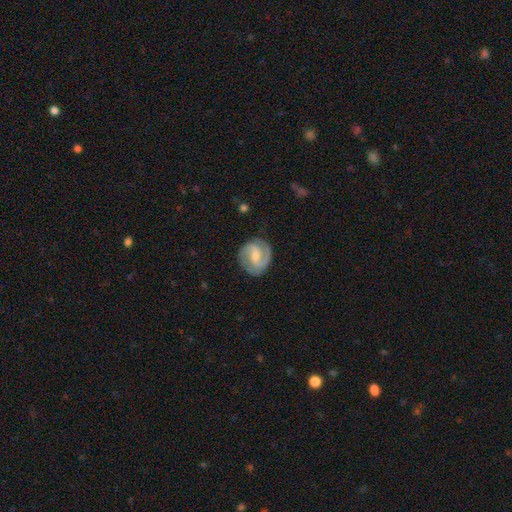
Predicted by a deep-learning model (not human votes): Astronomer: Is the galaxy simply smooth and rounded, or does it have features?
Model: featured or disk — 84%.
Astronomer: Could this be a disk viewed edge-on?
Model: no — 98%.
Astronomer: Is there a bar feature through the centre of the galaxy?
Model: weak — 52%.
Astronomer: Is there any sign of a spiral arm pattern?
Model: yes — 96%.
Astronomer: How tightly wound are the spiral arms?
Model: medium — 51% (runner-up: tight, 34%).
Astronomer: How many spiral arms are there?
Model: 2 — 87%.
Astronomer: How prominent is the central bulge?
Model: small — 51% (runner-up: moderate, 42%).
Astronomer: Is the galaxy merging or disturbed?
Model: none — 81%.